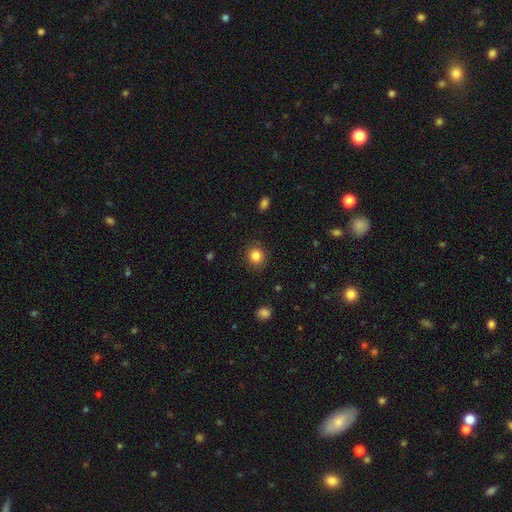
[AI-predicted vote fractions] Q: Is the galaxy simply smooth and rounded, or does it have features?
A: smooth — 85%.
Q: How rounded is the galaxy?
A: round — 86%.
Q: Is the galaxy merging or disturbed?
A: none — 89%.